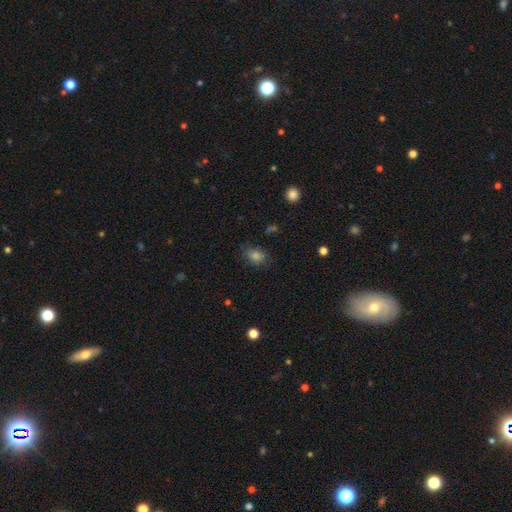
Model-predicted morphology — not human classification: A smooth galaxy with no disk features (78%) that is in between round and cigar-shaped (64%).

Vote fractions:
- Smooth or featured? smooth: 78% / star or artifact: 15% / featured or disk: 7%
- How rounded? in between: 64% / round: 34% / cigar-shaped: 1%
- Merging? none: 76% / minor disturbance: 17% / major disturbance: 5% / merger: 2%